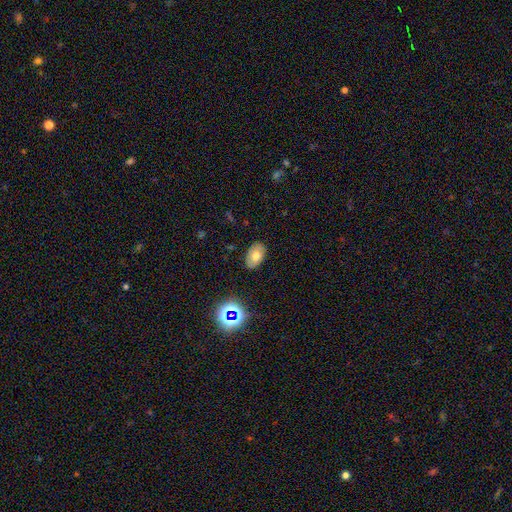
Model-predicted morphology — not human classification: Smooth or featured? Predicted: smooth (p=0.68). How rounded? Predicted: in between (p=0.90). Merging? Predicted: none (p=0.85).